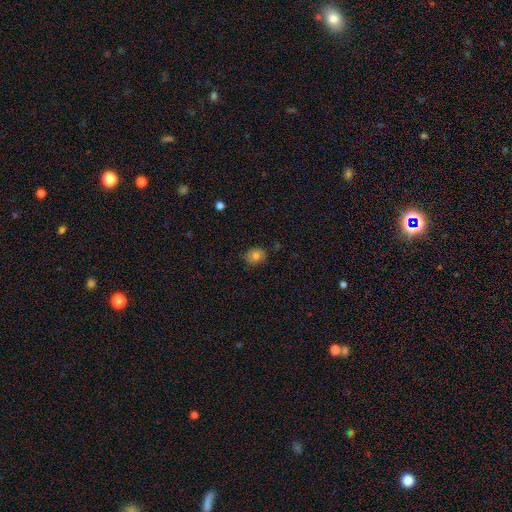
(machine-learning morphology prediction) Overall: smooth (76%). How rounded: round (57%; in between 42%). Merging: none (80%).